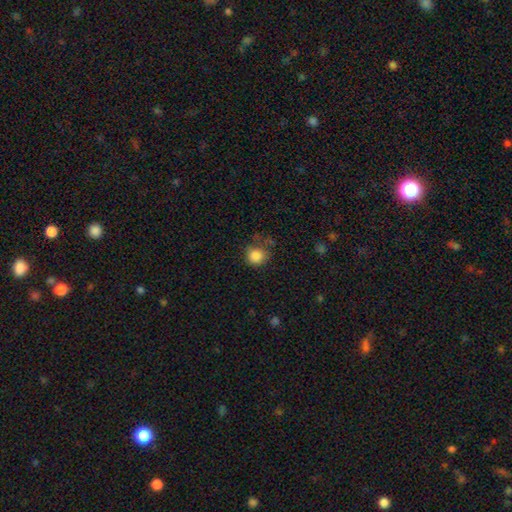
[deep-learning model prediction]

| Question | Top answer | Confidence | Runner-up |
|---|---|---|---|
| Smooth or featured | smooth | 85% | star or artifact (10%) |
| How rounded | round | 85% | in between (14%) |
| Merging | none | 63% | minor disturbance (25%) |